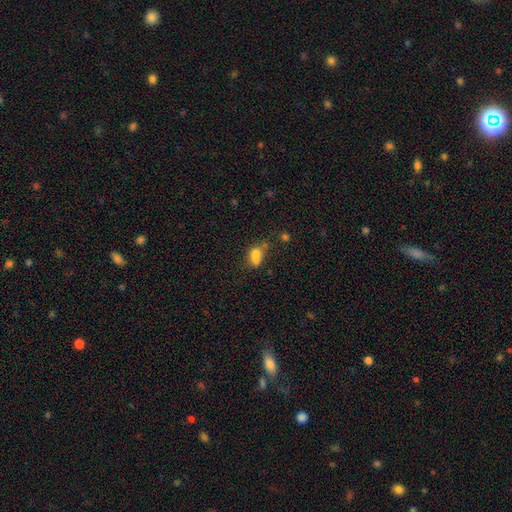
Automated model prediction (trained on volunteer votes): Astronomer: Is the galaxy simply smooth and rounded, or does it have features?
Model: smooth — 75%.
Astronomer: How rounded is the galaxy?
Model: in between — 76%.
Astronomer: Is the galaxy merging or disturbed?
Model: none — 38% (runner-up: merger, 27%).